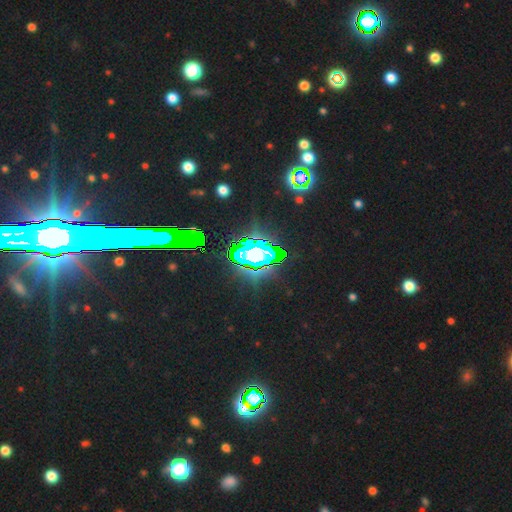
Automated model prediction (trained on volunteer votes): Morphology: type=star or artifact (63%).